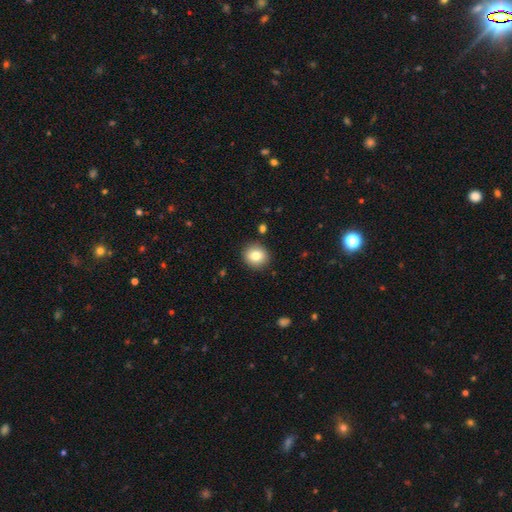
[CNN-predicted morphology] smooth-or-featured: smooth: 81% | star or artifact: 10% | featured or disk: 9%
  how-rounded: round: 87% | in between: 12% | cigar-shaped: 1%
  merging: none: 89% | minor disturbance: 7% | major disturbance: 2% | merger: 2%